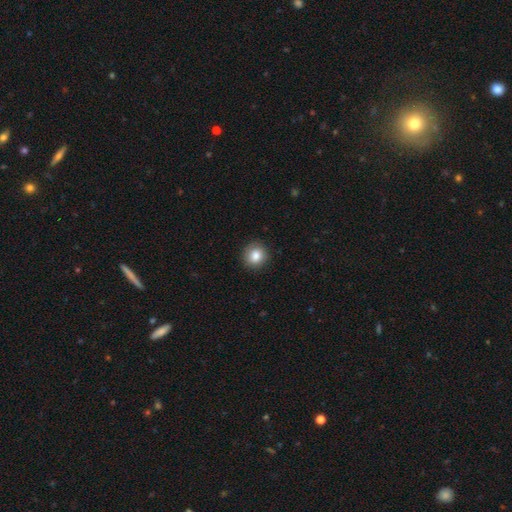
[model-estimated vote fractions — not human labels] Morphology: type=smooth (83%); roundness=round (87%); merging=none (89%).